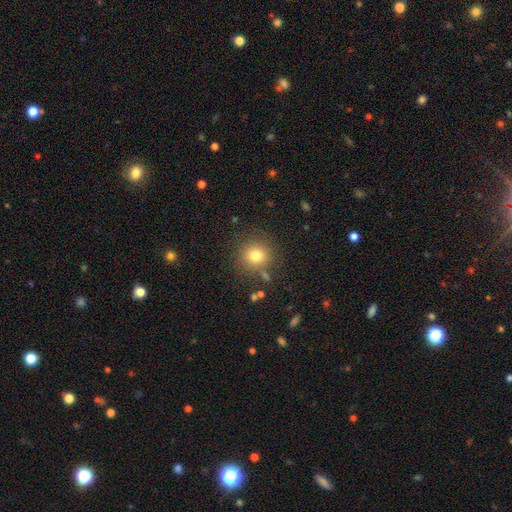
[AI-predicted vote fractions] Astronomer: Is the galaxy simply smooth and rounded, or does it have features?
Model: smooth — 77%.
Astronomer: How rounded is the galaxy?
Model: round — 91%.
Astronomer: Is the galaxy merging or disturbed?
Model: none — 82%.